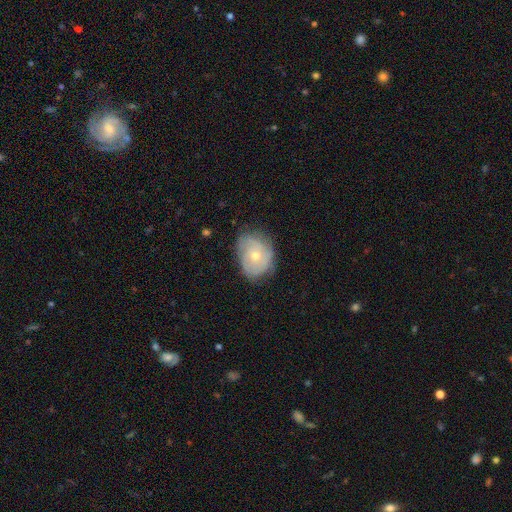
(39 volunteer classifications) Smooth or featured? featured or disk (54%)
Edge-on disk? no (90%)
Bar? no (95%)
Spiral arms? yes (58%)
Spiral winding? tight (36%, tied with medium)
Spiral arm count? can't tell (45%)
Bulge size? moderate (63%)
Merging? none (36%)